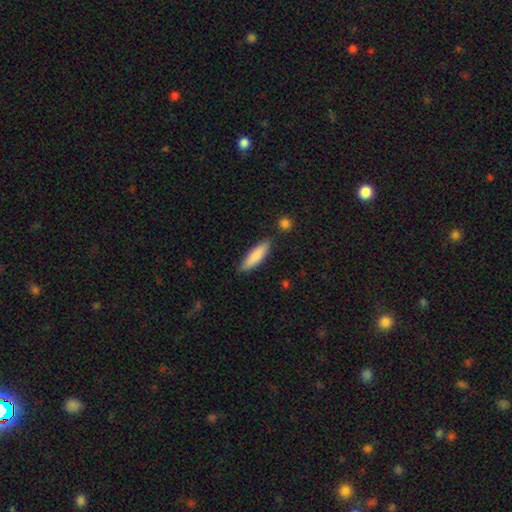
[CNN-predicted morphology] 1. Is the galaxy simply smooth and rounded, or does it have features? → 84% smooth, 11% featured or disk, 5% star or artifact.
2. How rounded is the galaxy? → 65% cigar-shaped, 33% in between, 2% round.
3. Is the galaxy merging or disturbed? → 84% none, 11% minor disturbance, 3% merger, 2% major disturbance.